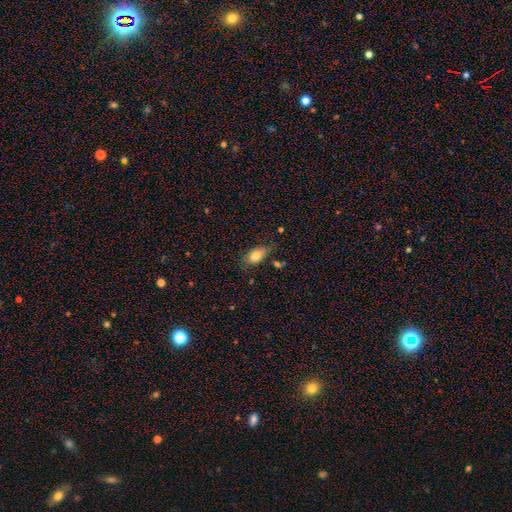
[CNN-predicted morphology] The model was most divided on "merging": none: 64%, minor disturbance: 25%, major disturbance: 7%, merger: 4%. More confident: how rounded — in between (88%); smooth or featured — smooth (79%).